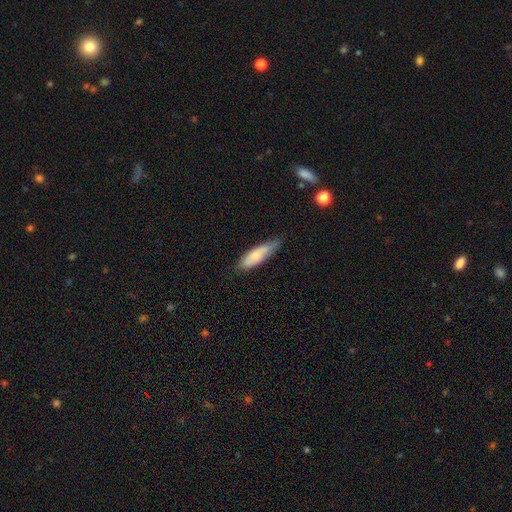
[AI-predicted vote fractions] This appears to be a smooth galaxy with no disk features (71%) that is cigar-shaped (51%). Merging: none (69%).